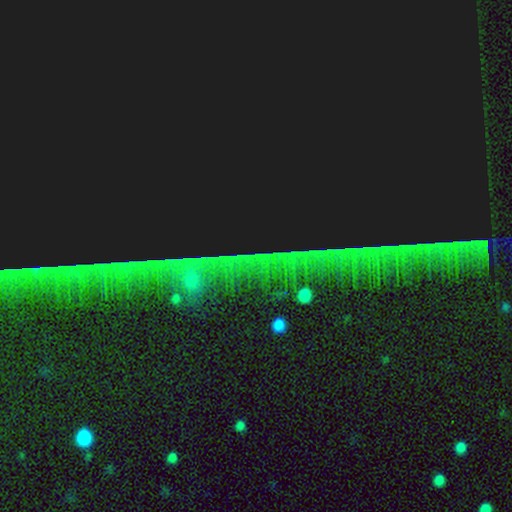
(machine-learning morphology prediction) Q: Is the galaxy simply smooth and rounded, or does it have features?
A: star or artifact — 77%.